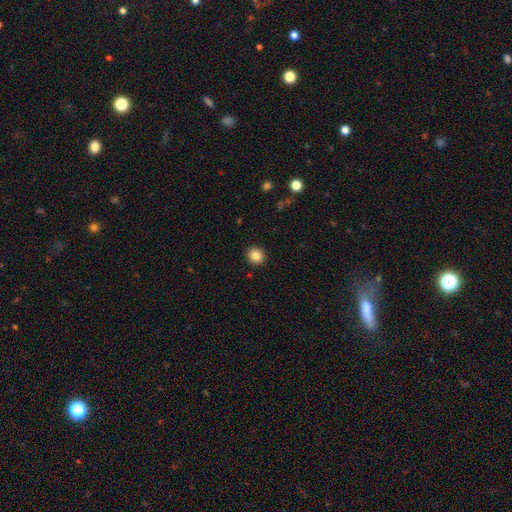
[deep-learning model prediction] Smooth or featured?
  - smooth: 85% *
  - star or artifact: 10%
  - featured or disk: 5%
How rounded?
  - round: 89% *
  - in between: 10%
  - cigar-shaped: 1%
Merging?
  - none: 92% *
  - minor disturbance: 5%
  - major disturbance: 2%
  - merger: 1%